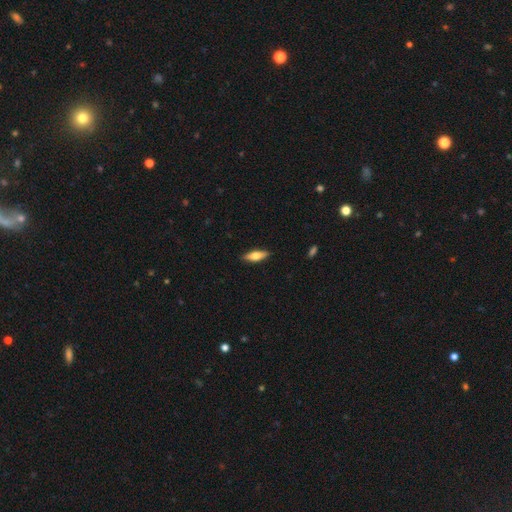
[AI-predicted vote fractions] Smooth or featured? smooth (63%)
How rounded? in between (51%)
Merging? none (88%)